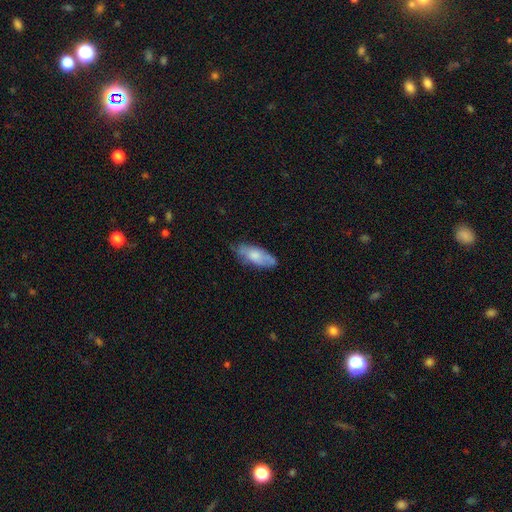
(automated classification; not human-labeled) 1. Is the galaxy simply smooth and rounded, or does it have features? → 65% smooth, 29% featured or disk, 6% star or artifact.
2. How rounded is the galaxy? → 77% in between, 21% cigar-shaped, 2% round.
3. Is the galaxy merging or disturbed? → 60% none, 30% minor disturbance, 7% major disturbance, 3% merger.